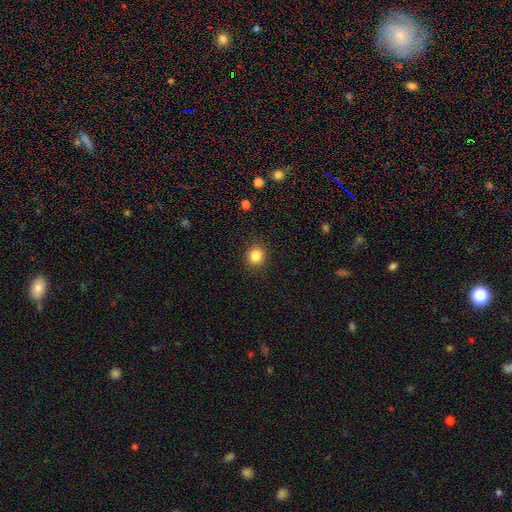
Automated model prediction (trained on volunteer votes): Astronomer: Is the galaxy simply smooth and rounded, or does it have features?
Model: smooth — 85%.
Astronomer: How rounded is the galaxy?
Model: round — 88%.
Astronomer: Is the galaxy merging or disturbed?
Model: none — 90%.